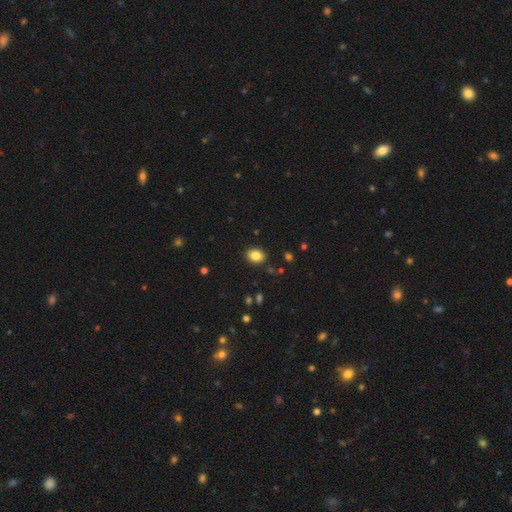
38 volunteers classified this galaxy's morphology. Smooth or featured?
  - smooth: 87% *
  - featured or disk: 8%
  - star or artifact: 5%
How rounded?
  - in between: 67% *
  - round: 33%
  - cigar-shaped: 0%
Merging?
  - none: 92% *
  - minor disturbance: 6%
  - merger: 3%
  - major disturbance: 0%